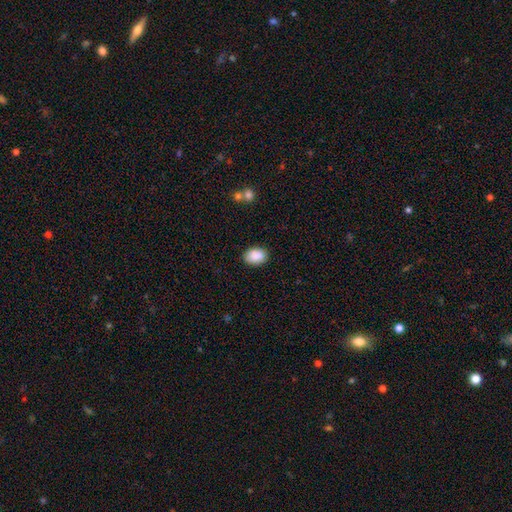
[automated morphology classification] This appears to be a smooth galaxy with no disk features (90%) that is in between round and cigar-shaped (80%). Merging: none (87%).